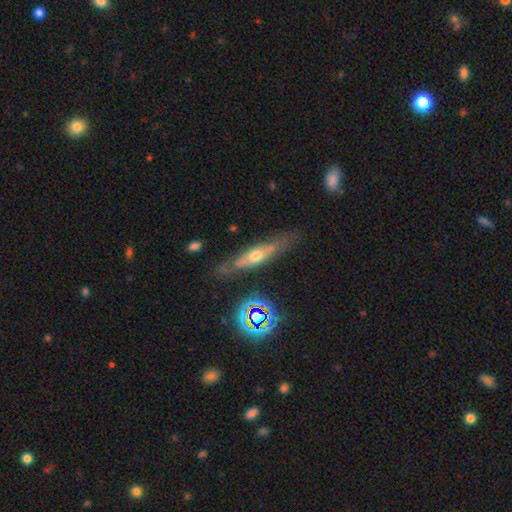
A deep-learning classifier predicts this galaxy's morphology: A featured or disk galaxy (57%) viewed edge-on (64%). Merging: none (72%).